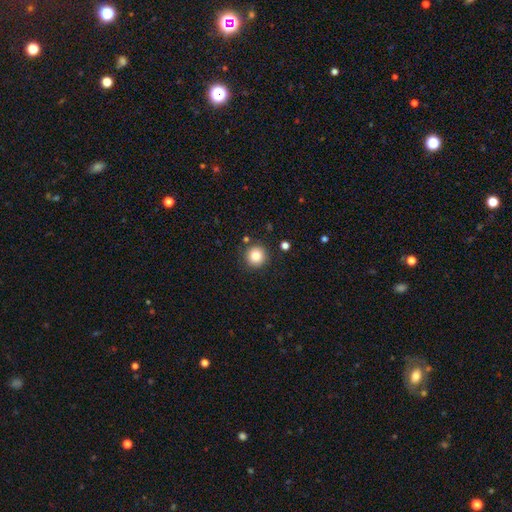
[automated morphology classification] This is clearly a smooth galaxy (84%). How rounded: clearly round (95%). Merging: clearly none (88%).